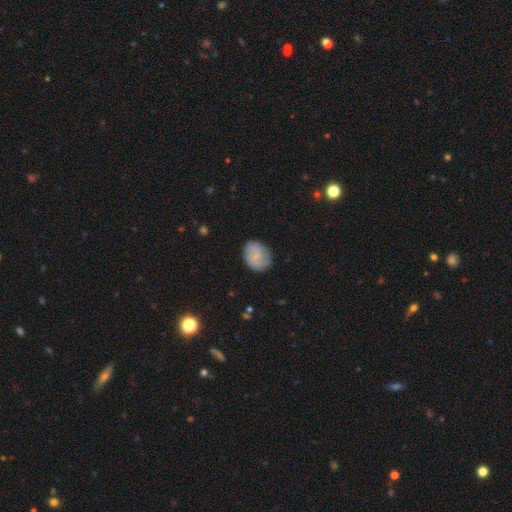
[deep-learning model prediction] The model was most divided on "how rounded": round: 50%, in between: 49%, cigar-shaped: 1%. More confident: merging — none (76%); smooth or featured — smooth (68%).